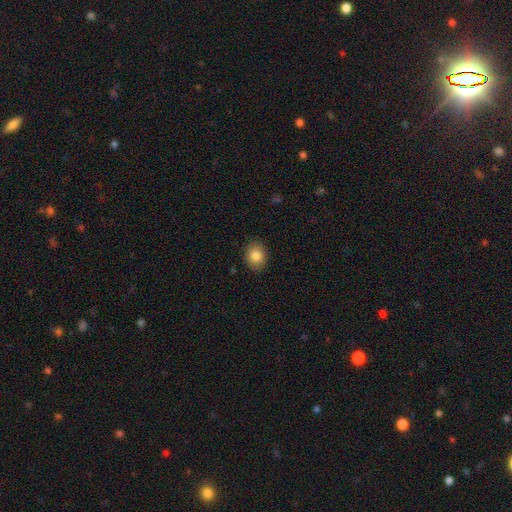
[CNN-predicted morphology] The model was most divided on "how rounded": in between: 53%, round: 46%, cigar-shaped: 1%. More confident: merging — none (88%); smooth or featured — smooth (84%).